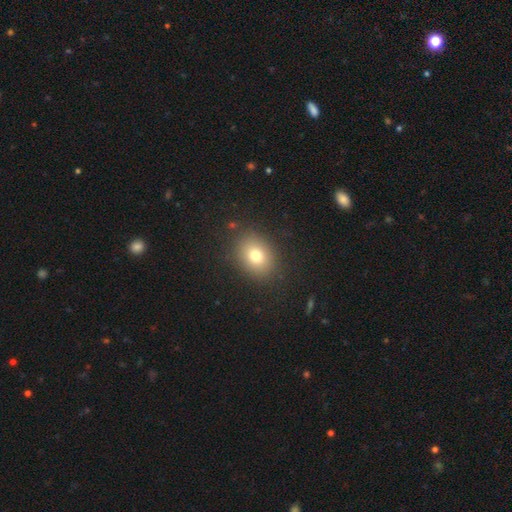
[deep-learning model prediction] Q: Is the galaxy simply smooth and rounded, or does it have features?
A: smooth — 76%.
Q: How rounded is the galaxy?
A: in between — 54%.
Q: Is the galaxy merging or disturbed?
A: none — 86%.